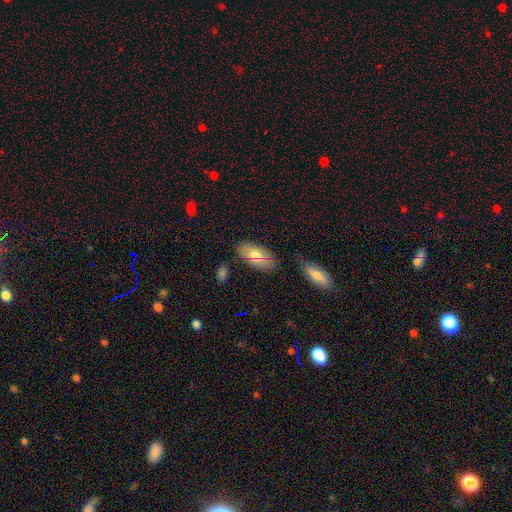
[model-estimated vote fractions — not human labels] Smooth or featured?
  - smooth: 68% *
  - featured or disk: 25%
  - star or artifact: 7%
How rounded?
  - in between: 91% *
  - cigar-shaped: 6%
  - round: 3%
Merging?
  - none: 74% *
  - minor disturbance: 17%
  - merger: 5%
  - major disturbance: 4%